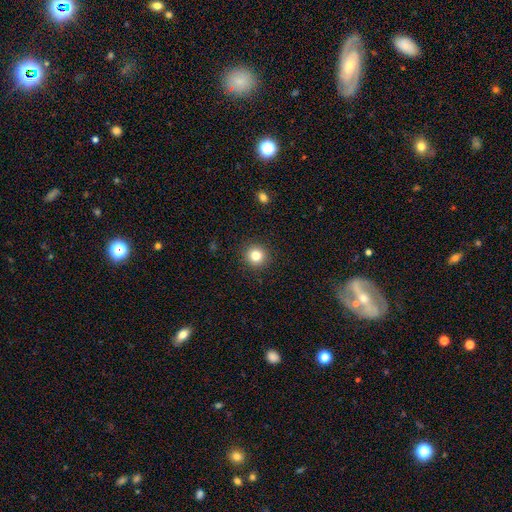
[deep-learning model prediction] This appears to be a smooth galaxy with no disk features (81%) that is round (93%). Merging: none (92%).